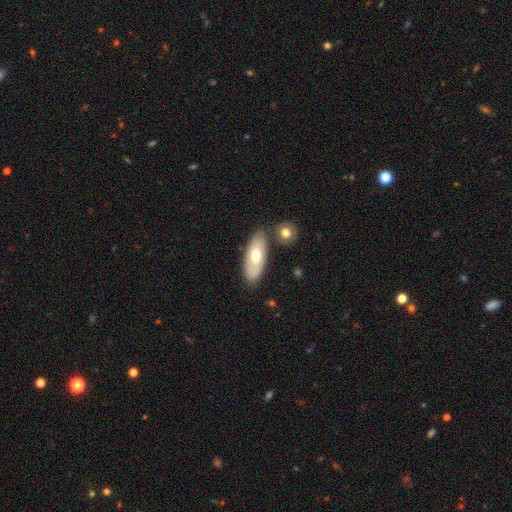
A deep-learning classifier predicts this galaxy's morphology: A smooth galaxy with no disk features (57%) that is in between round and cigar-shaped (82%). Merging: none (74%).